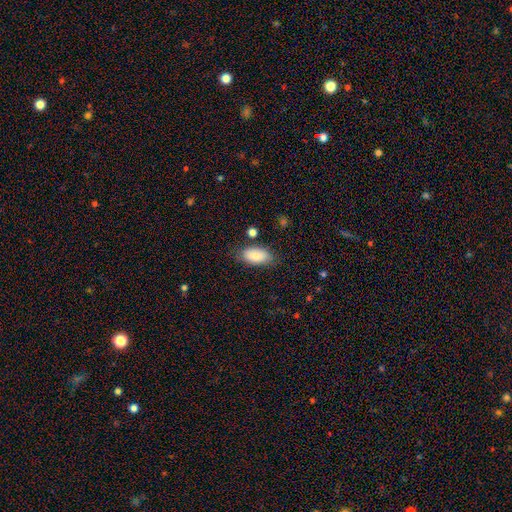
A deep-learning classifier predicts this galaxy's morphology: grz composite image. It shows a smooth galaxy with no disk features (83%) that is in between round and cigar-shaped (93%). Merging: none (76%).